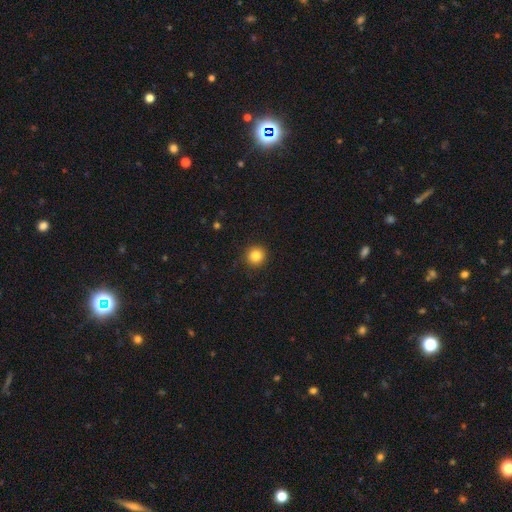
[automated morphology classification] Smooth or featured? Predicted: smooth (p=0.84). How rounded? Predicted: round (p=0.93). Merging? Predicted: none (p=0.91).